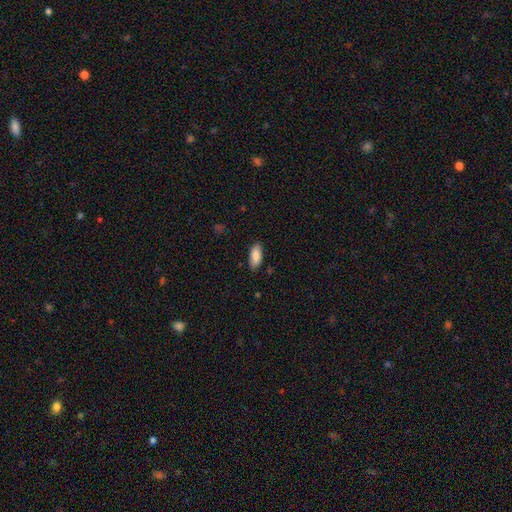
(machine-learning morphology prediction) The model was most divided on "how rounded": in between: 84%, cigar-shaped: 14%, round: 2%. More confident: smooth or featured — smooth (87%); merging — none (85%).